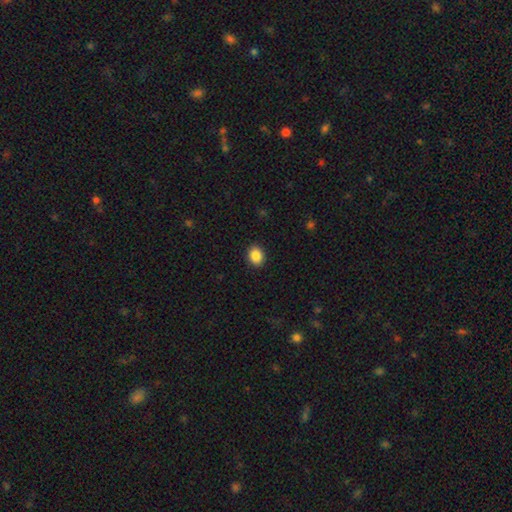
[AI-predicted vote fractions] This is clearly a smooth galaxy (88%). How rounded: possibly in between (55%). Merging: clearly none (91%).